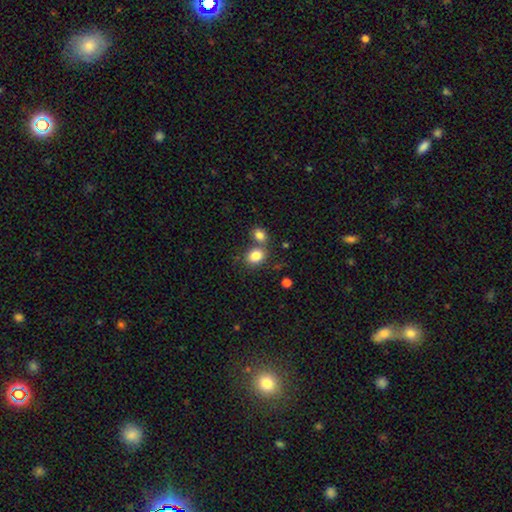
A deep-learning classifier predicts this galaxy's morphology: Smooth or featured? Predicted: smooth (p=0.83). How rounded? Predicted: in between (p=0.50). Merging? Predicted: none (p=0.53).